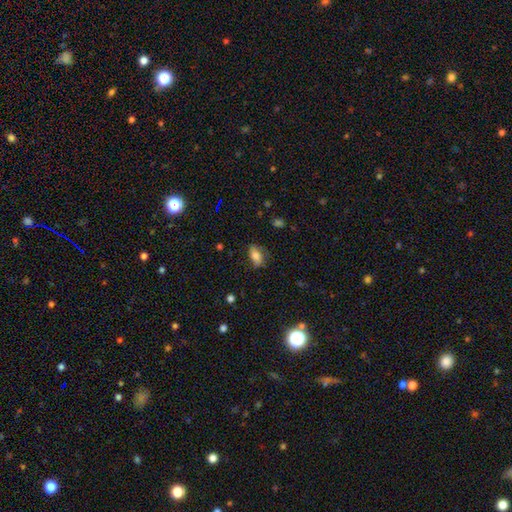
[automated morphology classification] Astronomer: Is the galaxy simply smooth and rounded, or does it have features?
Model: smooth — 64%.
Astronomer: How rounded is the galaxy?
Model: in between — 85%.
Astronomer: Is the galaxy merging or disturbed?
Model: none — 64%.